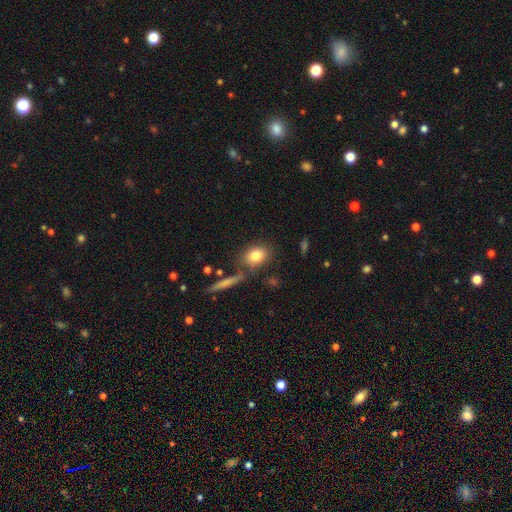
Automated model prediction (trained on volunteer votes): Smooth or featured? Predicted: smooth (p=0.81). How rounded? Predicted: in between (p=0.64). Merging? Predicted: none (p=0.70).